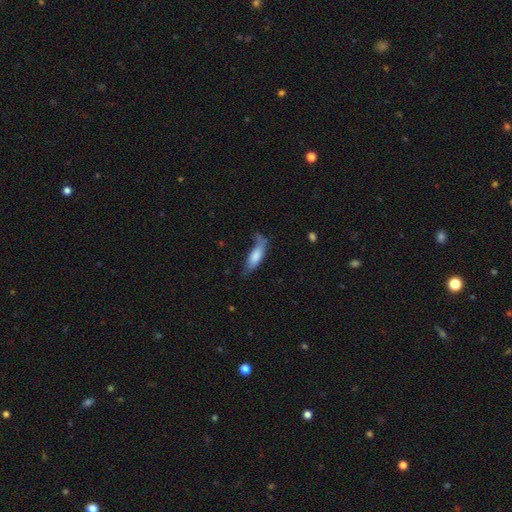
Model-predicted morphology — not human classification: Q: Smooth or featured?
A: smooth (77%); runner-up: featured or disk (17%)
Q: How rounded?
A: in between (52%); runner-up: cigar-shaped (46%)
Q: Merging?
A: none (50%); runner-up: minor disturbance (31%)